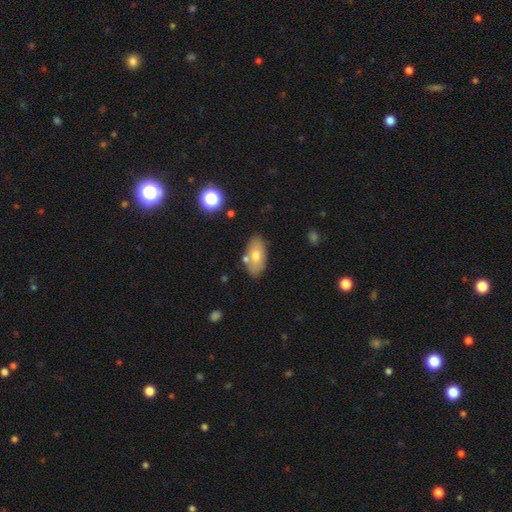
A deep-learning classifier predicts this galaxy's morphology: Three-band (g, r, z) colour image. It shows a smooth galaxy with no disk features (67%) that is in between round and cigar-shaped (91%). Merging: none (73%).